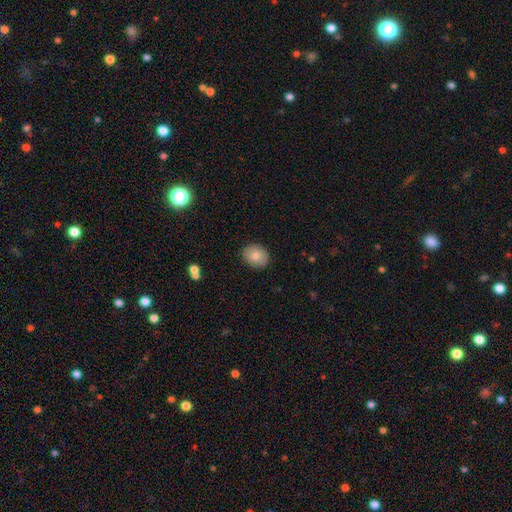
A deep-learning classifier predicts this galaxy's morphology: Q: Smooth or featured?
A: smooth (81%); runner-up: featured or disk (11%)
Q: How rounded?
A: in between (54%); runner-up: round (46%)
Q: Merging?
A: none (88%); runner-up: minor disturbance (9%)